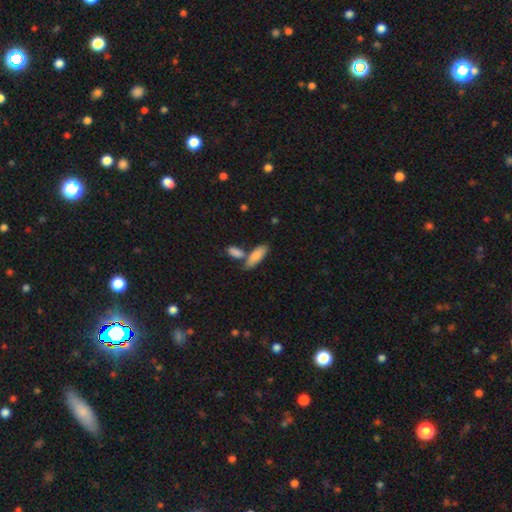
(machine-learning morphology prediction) A smooth galaxy with no disk features (84%) that is in between round and cigar-shaped (71%). Merging: none (50%).